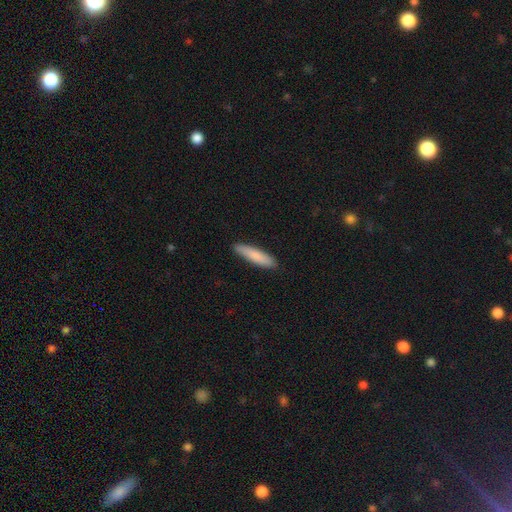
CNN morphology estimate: A smooth galaxy with no disk features (83%) that is cigar-shaped (80%).

Vote fractions:
- Smooth or featured? smooth: 83% / featured or disk: 11% / star or artifact: 5%
- How rounded? cigar-shaped: 80% / in between: 18% / round: 1%
- Merging? none: 89% / minor disturbance: 9% / major disturbance: 2% / merger: 1%